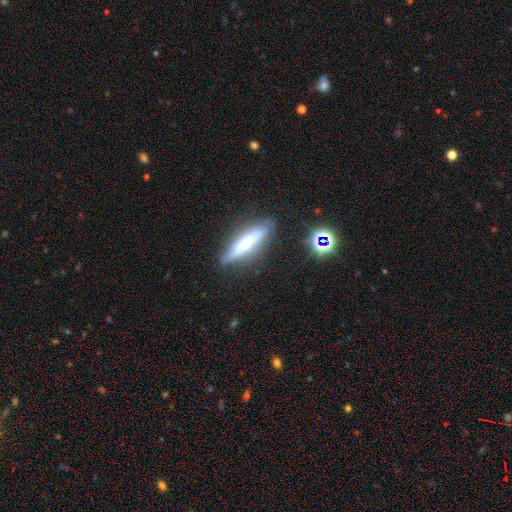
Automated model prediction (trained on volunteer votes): Smooth or featured: featured or disk — 47% (smooth — 42%)
Merging: none — 82% (minor disturbance — 12%)